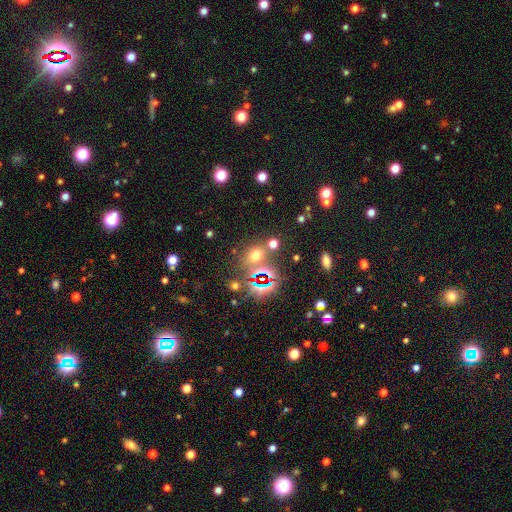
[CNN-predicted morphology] This appears to be a smooth galaxy with no disk features (51%) that is round (63%). Merging: none (68%).